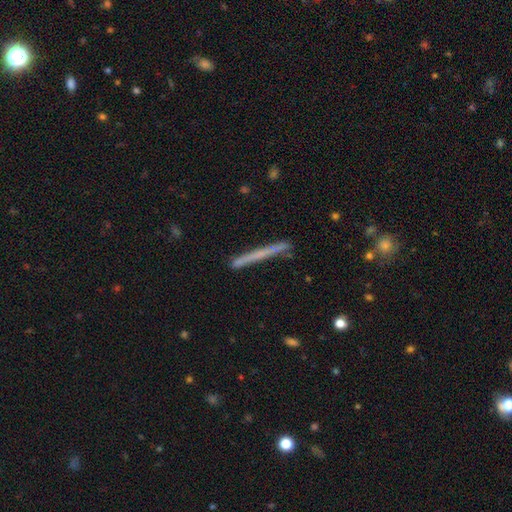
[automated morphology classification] Overall: smooth (48%; featured or disk 45%). Merging: none (86%).